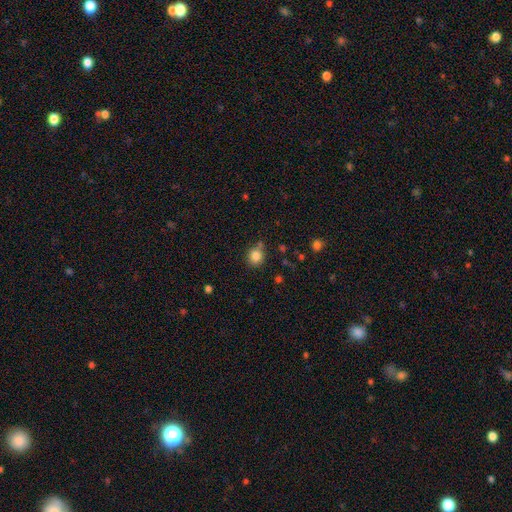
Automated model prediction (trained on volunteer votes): Smooth or featured? Predicted: smooth (p=0.83). How rounded? Predicted: round (p=0.83). Merging? Predicted: none (p=0.74).